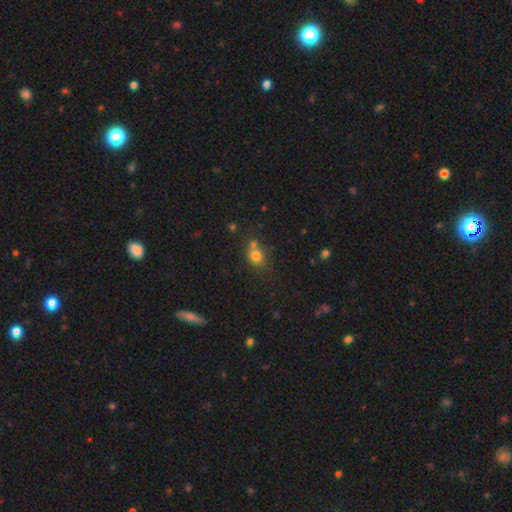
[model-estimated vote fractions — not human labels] Smooth or featured? smooth (74%)
How rounded? round (67%)
Merging? none (50%)